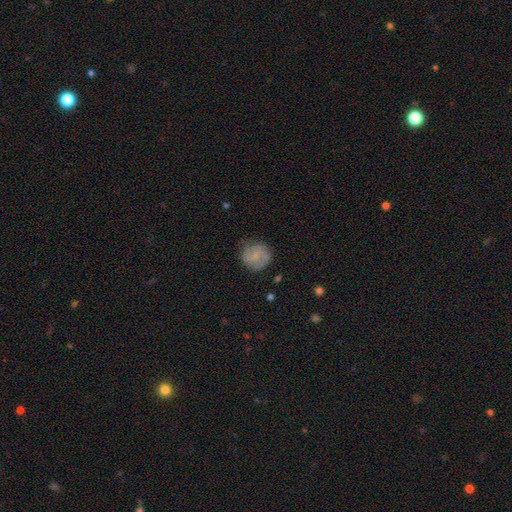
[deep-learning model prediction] Smooth or featured?
  - smooth: 53% *
  - featured or disk: 40%
  - star or artifact: 8%
How rounded?
  - round: 86% *
  - in between: 13%
  - cigar-shaped: 1%
Merging?
  - none: 71% *
  - minor disturbance: 20%
  - major disturbance: 7%
  - merger: 1%